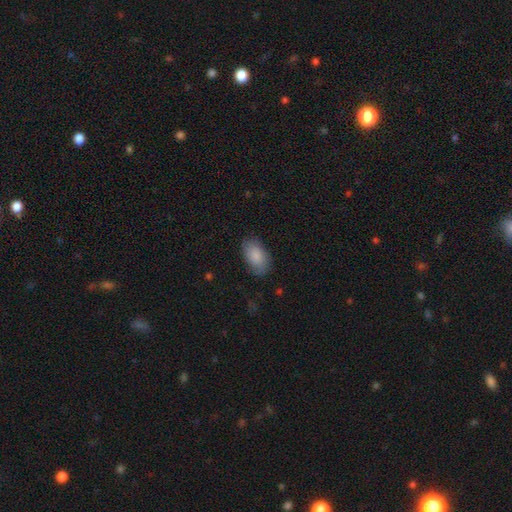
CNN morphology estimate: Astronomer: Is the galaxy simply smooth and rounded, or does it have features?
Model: smooth — 86%.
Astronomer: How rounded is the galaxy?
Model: in between — 94%.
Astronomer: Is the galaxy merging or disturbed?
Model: none — 81%.